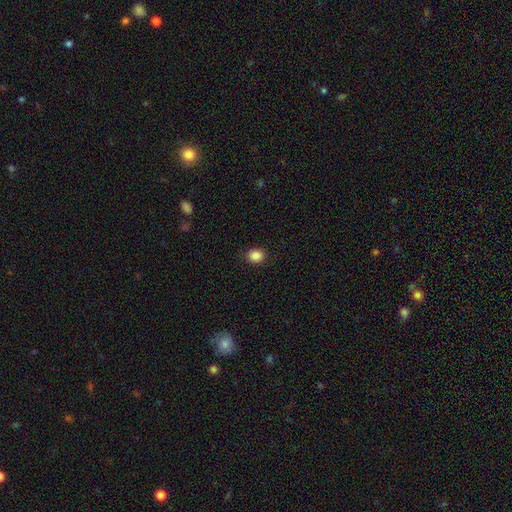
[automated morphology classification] The model was most divided on "how rounded": round: 70%, in between: 29%, cigar-shaped: 1%. More confident: merging — none (90%); smooth or featured — smooth (86%).